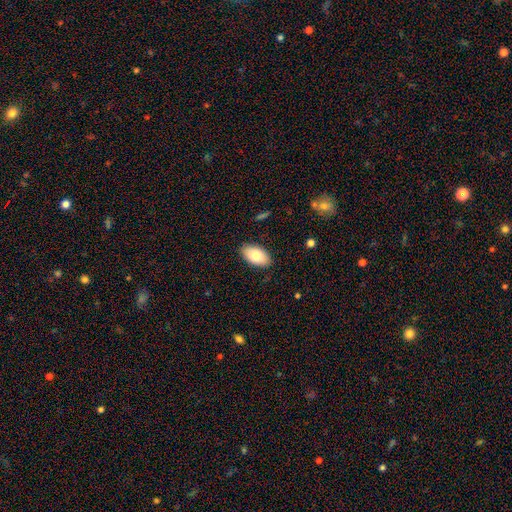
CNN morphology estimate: Smooth or featured? Predicted: smooth (p=0.81). How rounded? Predicted: in between (p=0.95). Merging? Predicted: none (p=0.88).